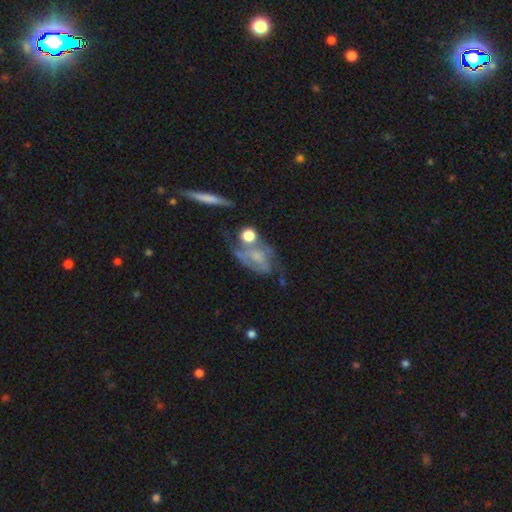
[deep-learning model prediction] Morphology: type=featured or disk (65%); edge-on=no (92%); bar=no (67%); spiral arms=yes (73%); bulge=small (41%); merging=none (36%).